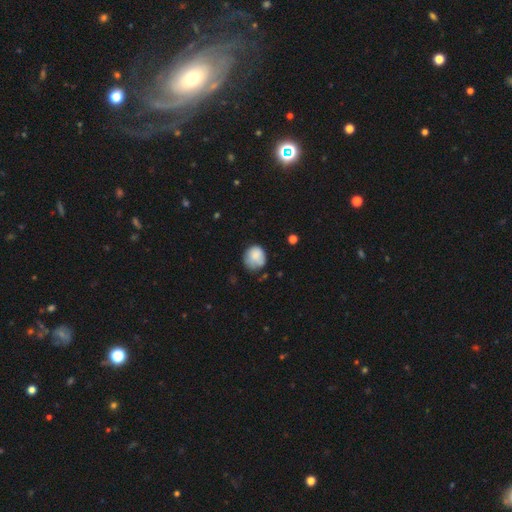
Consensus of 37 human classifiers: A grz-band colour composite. It shows a smooth galaxy with no disk features (78%) that is round (76%). Merging: none (59%).